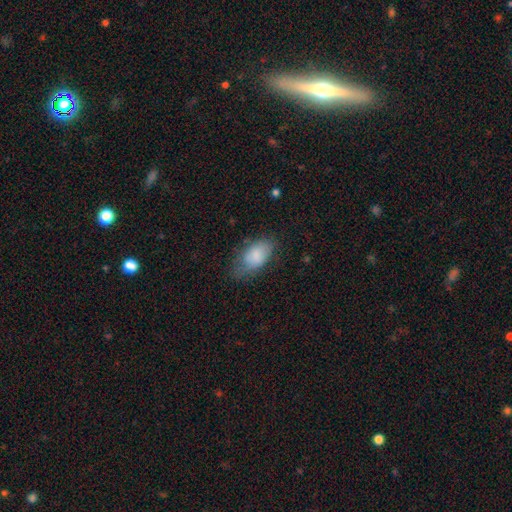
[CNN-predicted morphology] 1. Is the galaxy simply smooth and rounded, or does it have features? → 82% smooth, 11% featured or disk, 7% star or artifact.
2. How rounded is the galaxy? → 93% in between, 5% round, 2% cigar-shaped.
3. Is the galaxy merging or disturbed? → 54% none, 31% minor disturbance, 13% major disturbance, 2% merger.